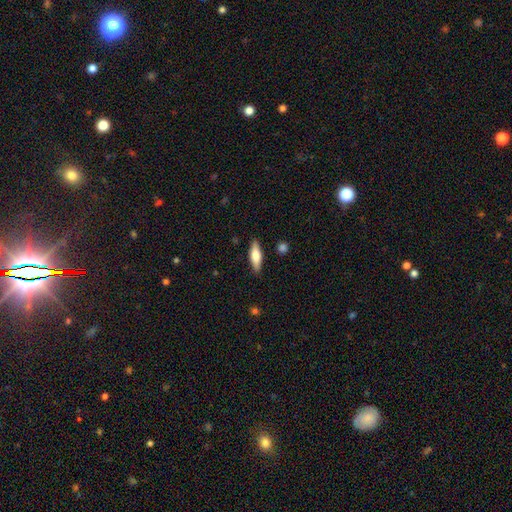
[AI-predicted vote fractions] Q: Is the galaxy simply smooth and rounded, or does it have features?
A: smooth — 61%.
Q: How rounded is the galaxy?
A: in between — 50%.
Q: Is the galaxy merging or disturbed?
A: none — 86%.